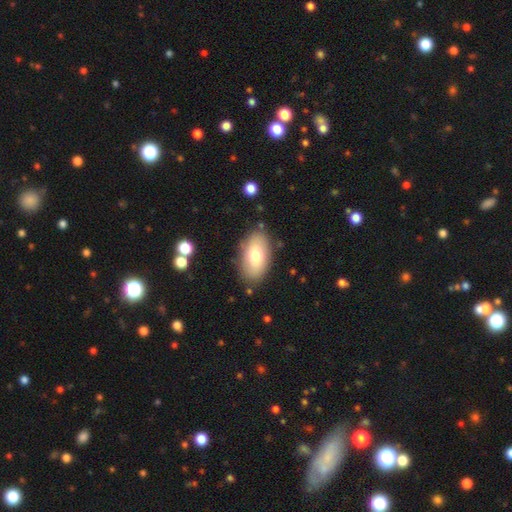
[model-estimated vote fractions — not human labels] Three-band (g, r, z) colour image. It shows a smooth galaxy with no disk features (71%) that is in between round and cigar-shaped (93%). Merging: none (82%).